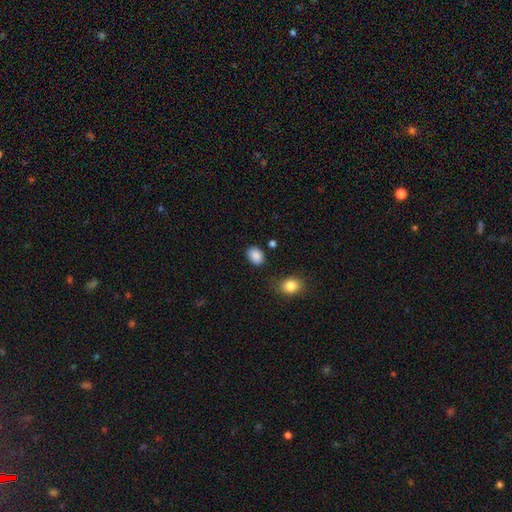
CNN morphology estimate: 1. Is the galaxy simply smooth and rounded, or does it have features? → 88% smooth, 8% star or artifact, 4% featured or disk.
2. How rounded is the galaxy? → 70% in between, 28% round, 1% cigar-shaped.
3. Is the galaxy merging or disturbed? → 80% none, 13% minor disturbance, 4% merger, 3% major disturbance.